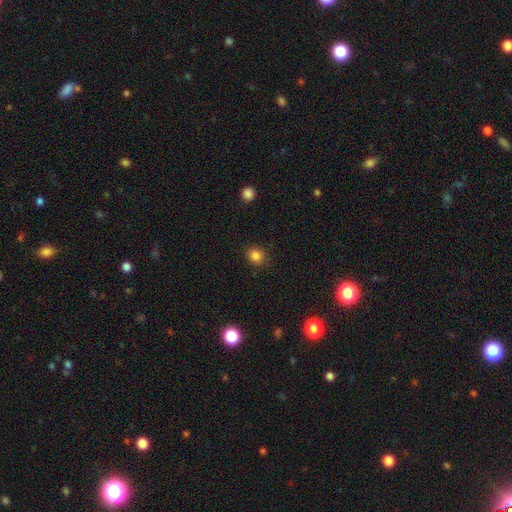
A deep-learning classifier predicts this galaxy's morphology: This is clearly a smooth galaxy (84%). How rounded: clearly round (87%). Merging: clearly none (88%).